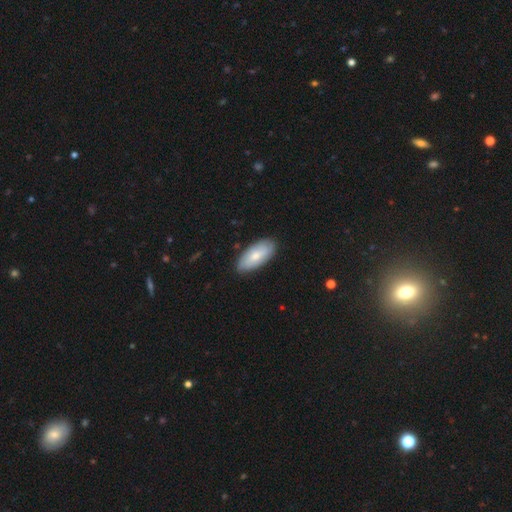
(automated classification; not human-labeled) The model was most divided on "smooth or featured": smooth: 69%, featured or disk: 26%, star or artifact: 5%. More confident: how rounded — in between (89%); merging — none (84%).